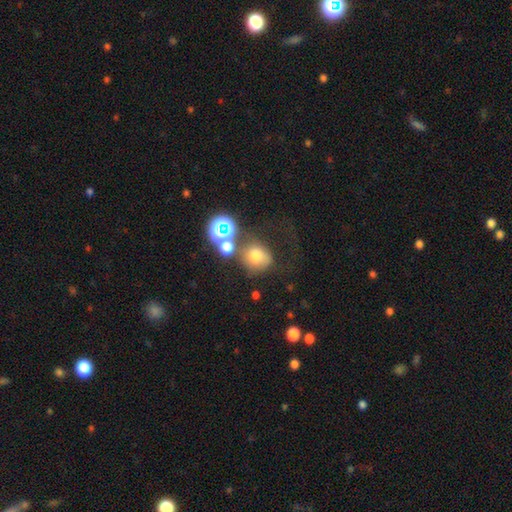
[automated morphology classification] Smooth or featured? smooth (64%)
How rounded? round (81%)
Merging? none (48%)